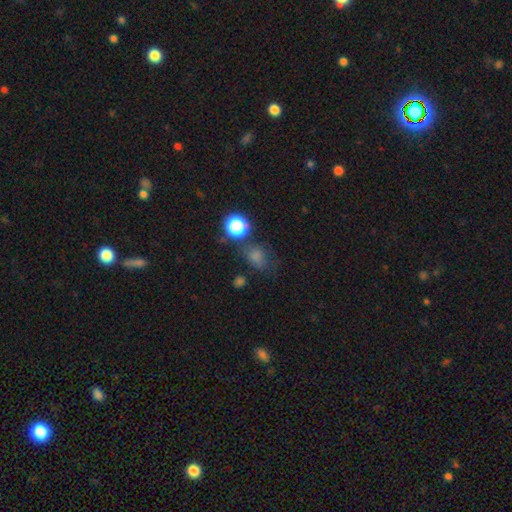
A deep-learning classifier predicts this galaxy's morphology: Q: Smooth or featured?
A: smooth (60%); runner-up: star or artifact (31%)
Q: How rounded?
A: round (60%); runner-up: in between (38%)
Q: Merging?
A: none (65%); runner-up: minor disturbance (18%)